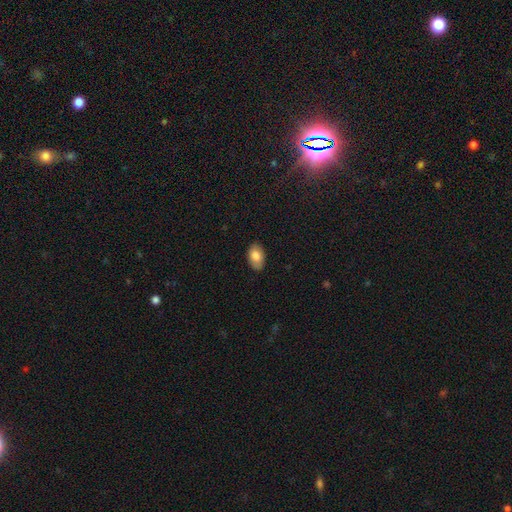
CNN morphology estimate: A smooth galaxy with no disk features (82%) that is in between round and cigar-shaped (92%).

Vote fractions:
- Smooth or featured? smooth: 82% / featured or disk: 11% / star or artifact: 7%
- How rounded? in between: 92% / round: 7% / cigar-shaped: 1%
- Merging? none: 86% / minor disturbance: 11% / major disturbance: 2% / merger: 1%